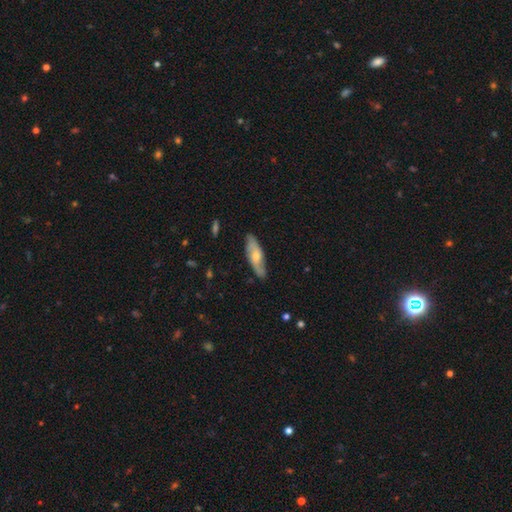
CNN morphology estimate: Smooth or featured?
  - featured or disk: 49% *
  - smooth: 46%
  - star or artifact: 6%
Merging?
  - none: 82% *
  - minor disturbance: 15%
  - major disturbance: 3%
  - merger: 1%